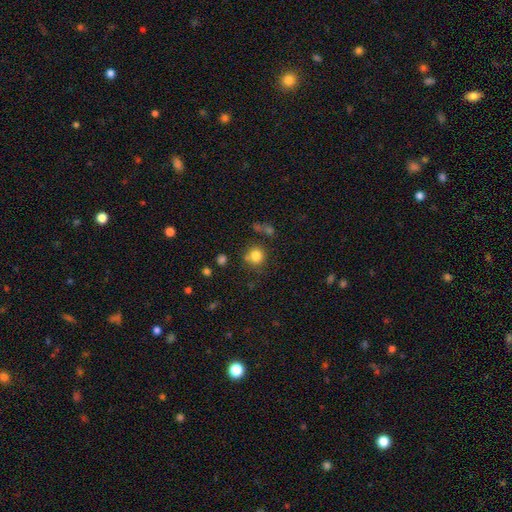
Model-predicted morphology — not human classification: This is clearly a smooth galaxy (82%). How rounded: clearly round (88%). Merging: likely none (72%).